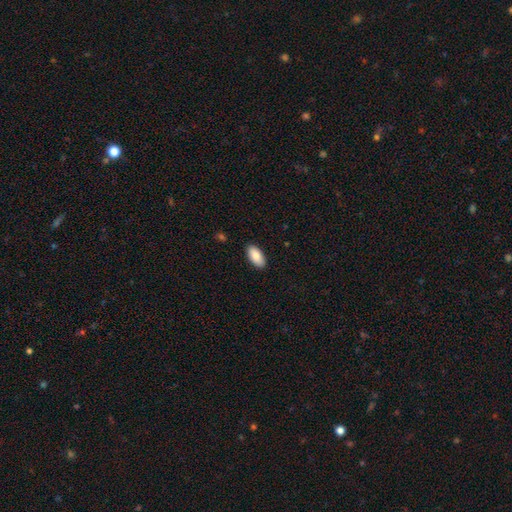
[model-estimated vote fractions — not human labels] Smooth or featured?
  - smooth: 88% *
  - featured or disk: 6%
  - star or artifact: 6%
How rounded?
  - in between: 93% *
  - cigar-shaped: 5%
  - round: 2%
Merging?
  - none: 89% *
  - minor disturbance: 8%
  - major disturbance: 2%
  - merger: 1%